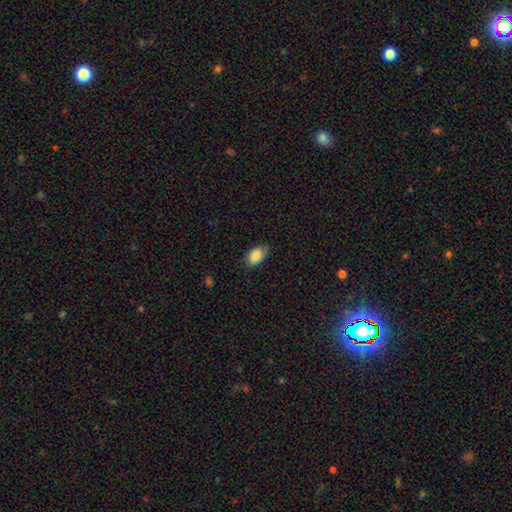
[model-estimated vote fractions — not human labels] Smooth or featured? Predicted: smooth (p=0.85). How rounded? Predicted: in between (p=0.90). Merging? Predicted: none (p=0.75).